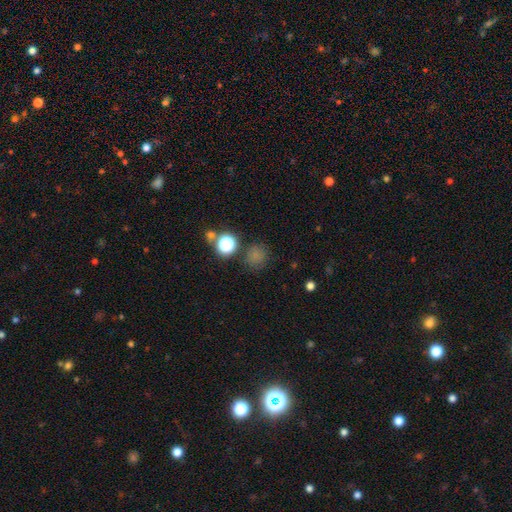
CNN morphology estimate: Q: Smooth or featured?
A: smooth (71%); runner-up: star or artifact (23%)
Q: How rounded?
A: round (89%); runner-up: in between (10%)
Q: Merging?
A: none (77%); runner-up: minor disturbance (11%)